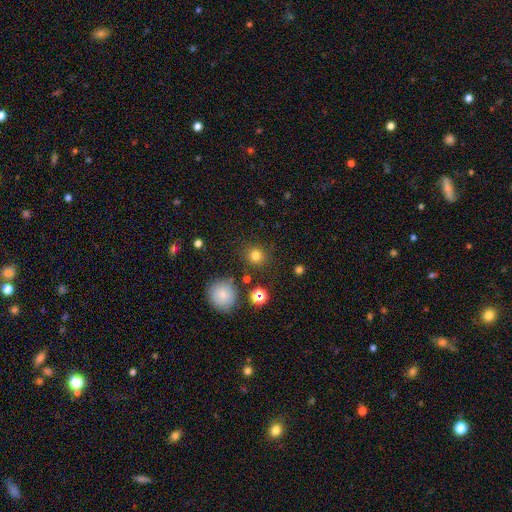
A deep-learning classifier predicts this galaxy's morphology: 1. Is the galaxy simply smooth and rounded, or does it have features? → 78% smooth, 16% star or artifact, 6% featured or disk.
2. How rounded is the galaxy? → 88% round, 11% in between, 1% cigar-shaped.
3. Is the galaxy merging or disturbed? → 86% none, 8% minor disturbance, 3% major disturbance, 3% merger.